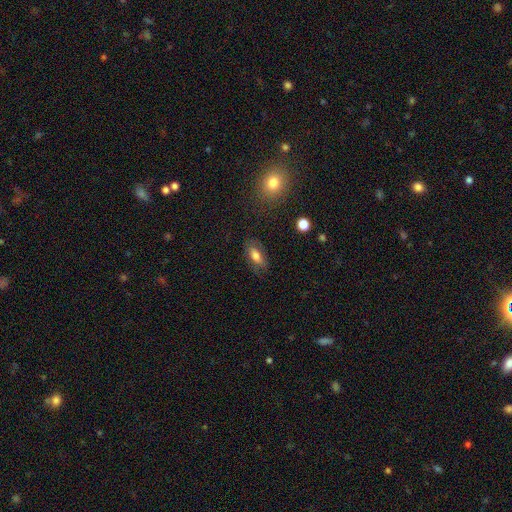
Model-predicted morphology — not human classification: Smooth or featured: smooth — 69% (featured or disk — 22%)
How rounded: in between — 85% (cigar-shaped — 11%)
Merging: none — 78% (minor disturbance — 15%)